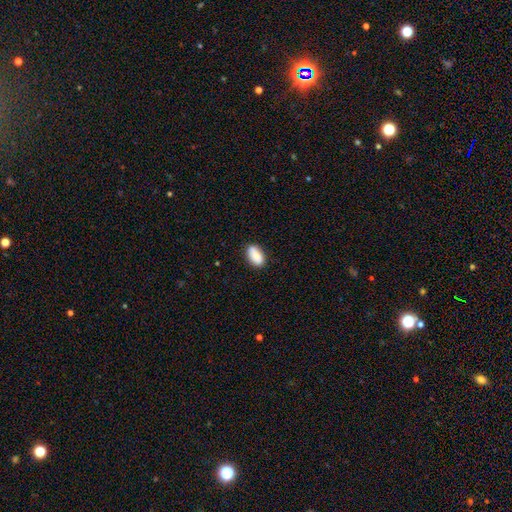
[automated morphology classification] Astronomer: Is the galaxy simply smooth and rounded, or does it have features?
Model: smooth — 82%.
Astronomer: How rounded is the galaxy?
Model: in between — 90%.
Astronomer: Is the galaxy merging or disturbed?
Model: none — 81%.